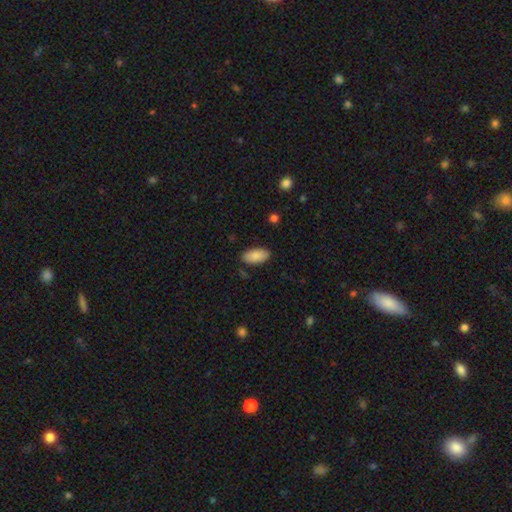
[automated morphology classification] A smooth galaxy with no disk features (87%) that is in between round and cigar-shaped (93%). Merging: none (87%).